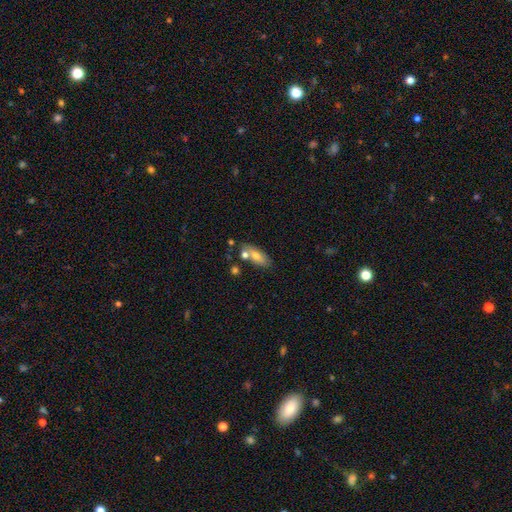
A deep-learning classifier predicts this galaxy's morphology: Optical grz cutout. It shows a smooth galaxy with no disk features (68%) that is in between round and cigar-shaped (82%). Merging: none (56%).